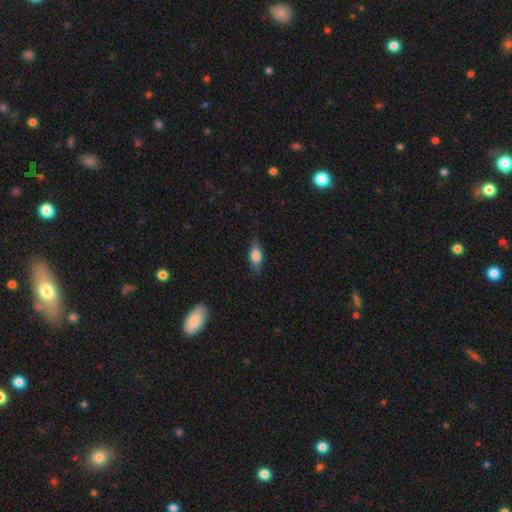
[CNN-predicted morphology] smooth-or-featured: smooth: 72% | featured or disk: 21% | star or artifact: 7%
  how-rounded: in between: 78% | cigar-shaped: 17% | round: 5%
  merging: none: 77% | minor disturbance: 19% | major disturbance: 4% | merger: 1%